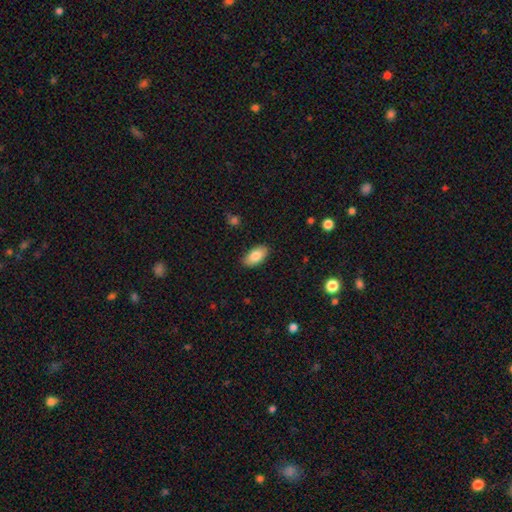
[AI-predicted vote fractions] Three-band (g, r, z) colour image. It shows a smooth galaxy with no disk features (85%) that is in between round and cigar-shaped (93%). Merging: none (88%).